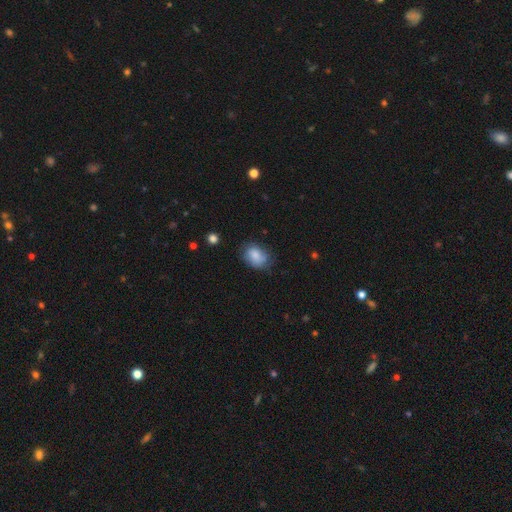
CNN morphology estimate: A smooth galaxy with no disk features (79%) that is in between round and cigar-shaped (67%).

Vote fractions:
- Smooth or featured? smooth: 79% / featured or disk: 13% / star or artifact: 8%
- How rounded? in between: 67% / round: 32% / cigar-shaped: 1%
- Merging? none: 66% / minor disturbance: 25% / major disturbance: 7% / merger: 2%